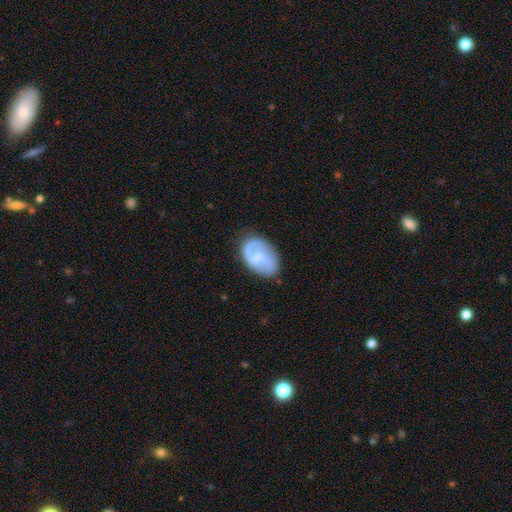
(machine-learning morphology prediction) Smooth or featured? Predicted: featured or disk (p=0.70). Edge-on disk? Predicted: no (p=0.97). Bar? Predicted: weak (p=0.54). Spiral arms? Predicted: yes (p=0.85). Spiral winding? Predicted: medium (p=0.44). Spiral arm count? Predicted: 2 (p=0.76). Bulge size? Predicted: small (p=0.39). Merging? Predicted: none (p=0.67).